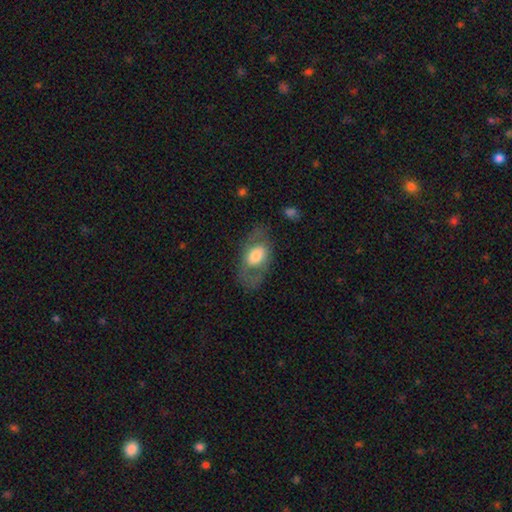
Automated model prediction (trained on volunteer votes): Morphology: type=smooth (51%); roundness=in between (83%); merging=none (62%).